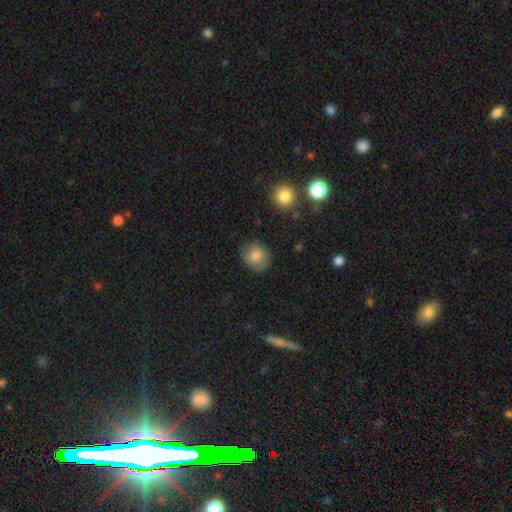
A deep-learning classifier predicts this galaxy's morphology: Smooth or featured? smooth (78%)
How rounded? round (80%)
Merging? none (77%)